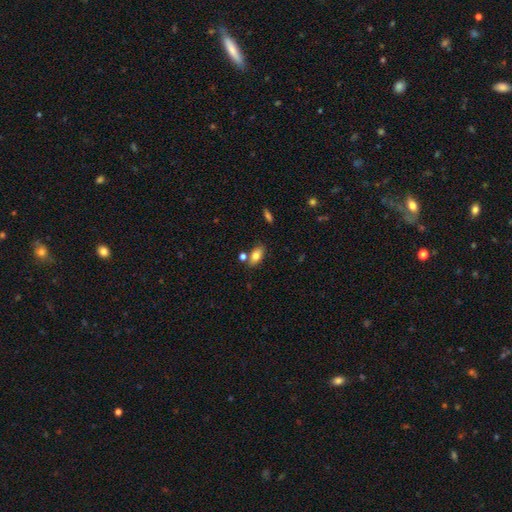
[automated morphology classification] smooth-or-featured: smooth: 78% | featured or disk: 13% | star or artifact: 8%
  how-rounded: in between: 88% | cigar-shaped: 6% | round: 5%
  merging: none: 73% | minor disturbance: 13% | merger: 12% | major disturbance: 3%